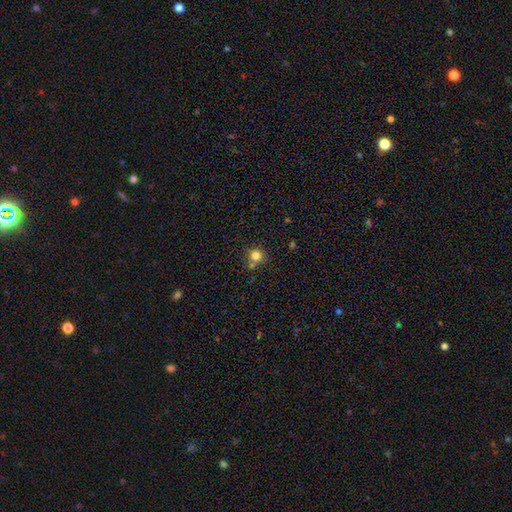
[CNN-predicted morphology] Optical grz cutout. It shows a smooth galaxy with no disk features (81%) that is round (90%). Merging: none (68%).